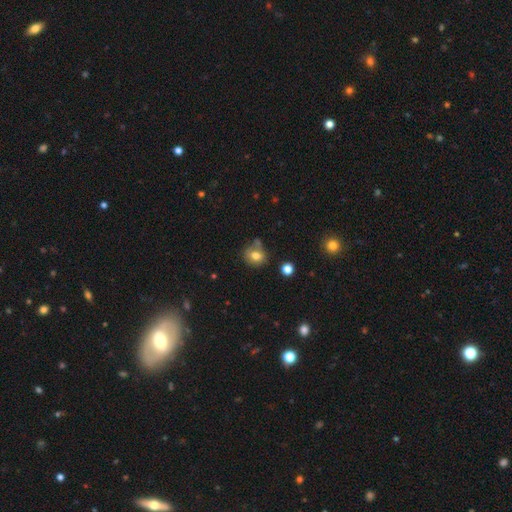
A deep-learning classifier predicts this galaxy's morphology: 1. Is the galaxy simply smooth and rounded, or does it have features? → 75% smooth, 13% featured or disk, 12% star or artifact.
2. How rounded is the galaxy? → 65% round, 34% in between, 1% cigar-shaped.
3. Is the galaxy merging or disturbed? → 59% none, 19% minor disturbance, 16% merger, 6% major disturbance.